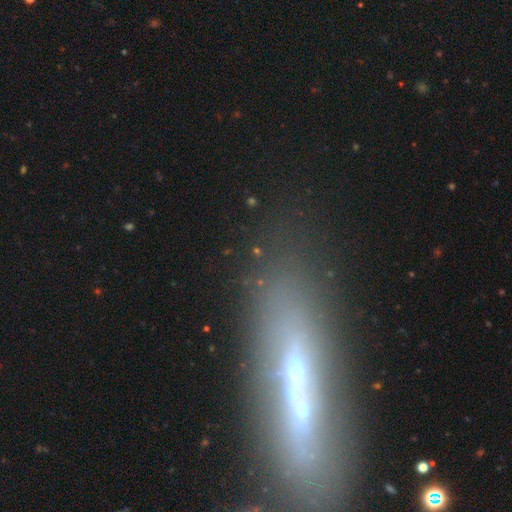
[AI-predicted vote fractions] Overall: featured or disk (57%; smooth 27%). Edge-on disk: yes (58%; no 42%). Merging: none (69%).